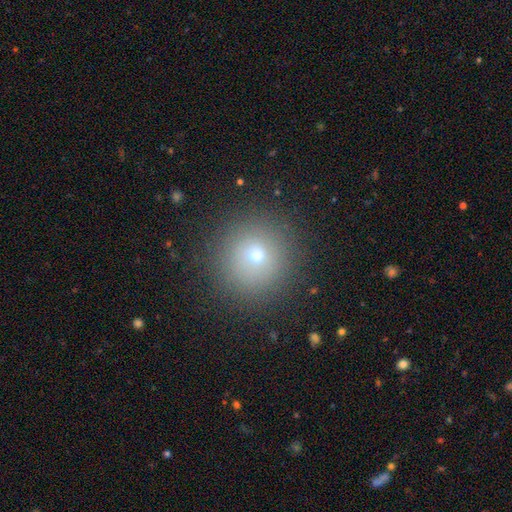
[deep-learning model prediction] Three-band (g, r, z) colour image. It shows a smooth galaxy with no disk features (68%) that is round (95%). Merging: none (89%).